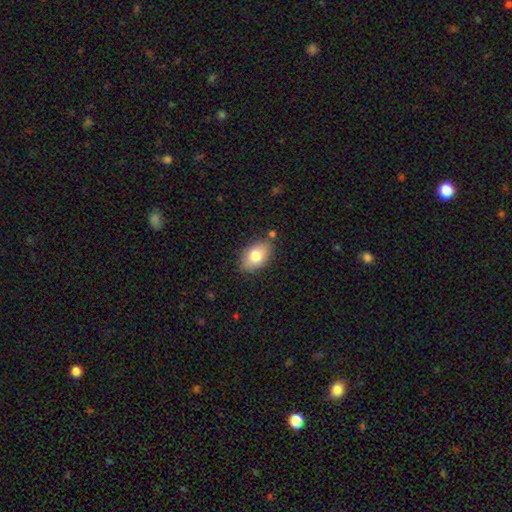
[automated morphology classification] Smooth or featured? smooth (79%)
How rounded? in between (90%)
Merging? none (80%)